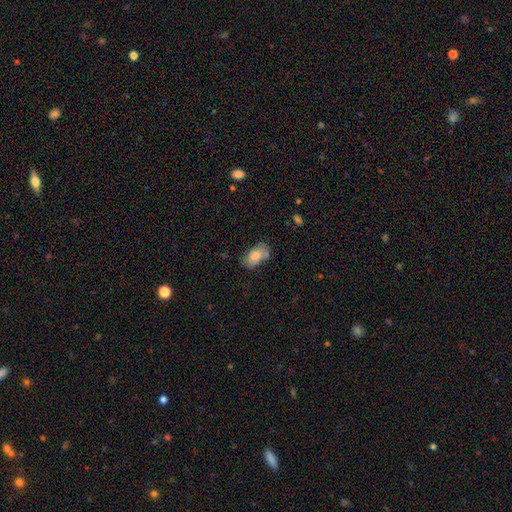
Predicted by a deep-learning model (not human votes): Morphology: type=smooth (78%); roundness=in between (91%); merging=none (57%).